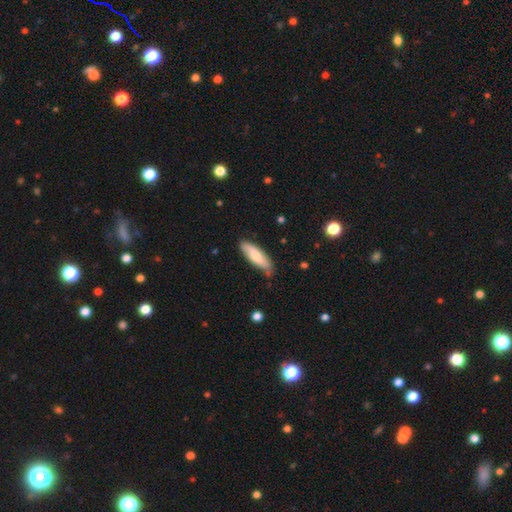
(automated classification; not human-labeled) A smooth galaxy with no disk features (69%) that is cigar-shaped (53%). Merging: none (73%).